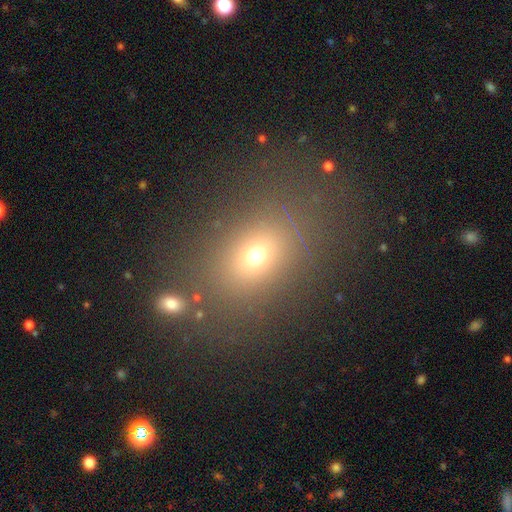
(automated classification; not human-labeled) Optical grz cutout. It shows a smooth galaxy with no disk features (68%) that is in between round and cigar-shaped (57%). Merging: none (79%).